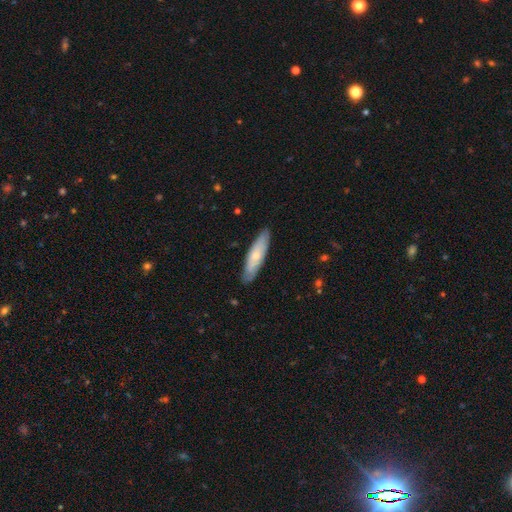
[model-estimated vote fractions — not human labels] Smooth or featured? smooth (60%)
How rounded? cigar-shaped (71%)
Merging? none (85%)